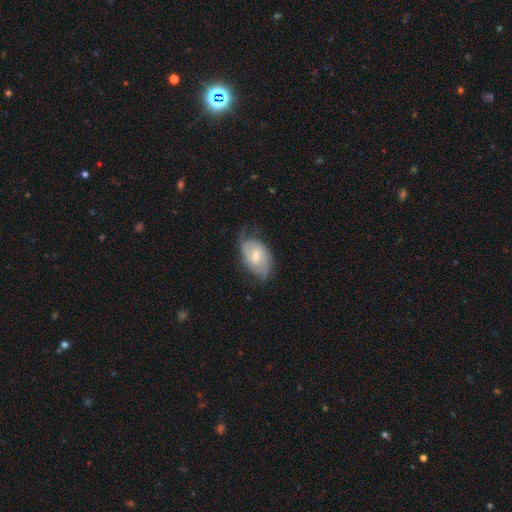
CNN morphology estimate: This is likely a featured or disk galaxy (73%). It is clearly not viewed edge-on (96%). Bar: possibly weak (49%). Spiral arm pattern: clearly yes (92%). Spiral arm count: likely 2 (61%). Spiral winding: marginally tight (42%). Central bulge: possibly moderate (50%). Merging: likely none (64%).